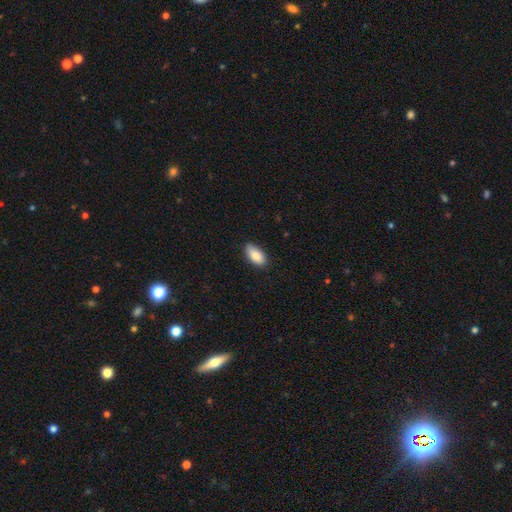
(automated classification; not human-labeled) Smooth or featured?
  - smooth: 86% *
  - featured or disk: 7%
  - star or artifact: 7%
How rounded?
  - in between: 91% *
  - cigar-shaped: 6%
  - round: 3%
Merging?
  - none: 77% *
  - minor disturbance: 20%
  - major disturbance: 3%
  - merger: 1%